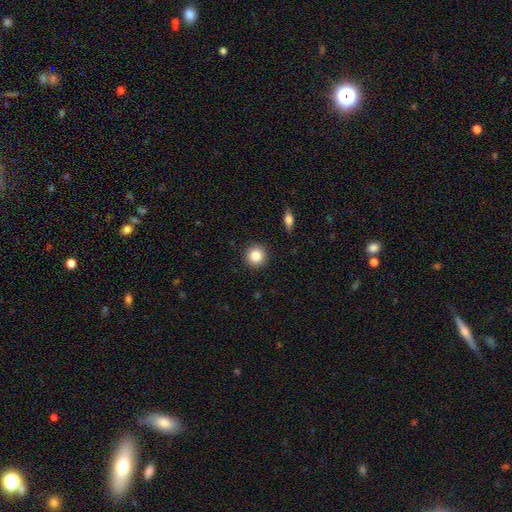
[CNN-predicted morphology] type=smooth (85%); roundness=round (93%); merging=none (91%).